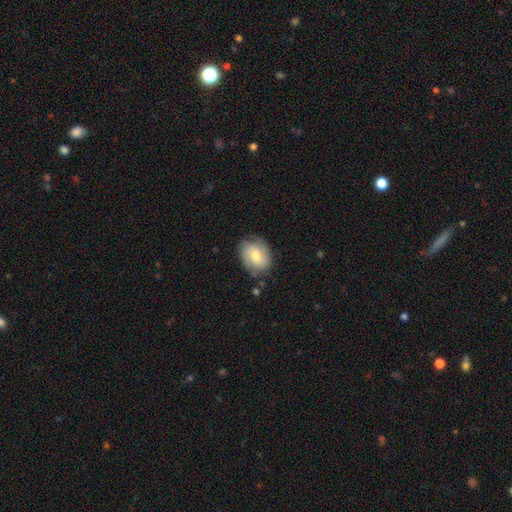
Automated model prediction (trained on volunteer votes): Smooth or featured? Predicted: smooth (p=0.48). Merging? Predicted: none (p=0.75).